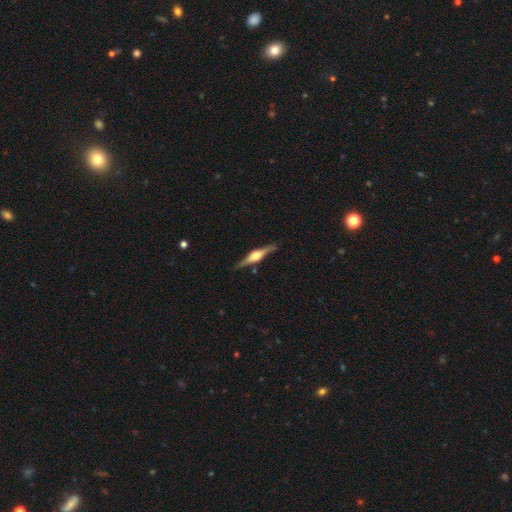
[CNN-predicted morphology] A featured or disk galaxy (78%) viewed edge-on (97%) with a rounded central bulge (88%).

Vote fractions:
- Smooth or featured? featured or disk: 78% / smooth: 17% / star or artifact: 5%
- Edge-on disk? yes: 97% / no: 3%
- Edge-on bulge? rounded: 88% / boxy: 9% / none: 2%
- Merging? none: 86% / minor disturbance: 10% / major disturbance: 2% / merger: 2%